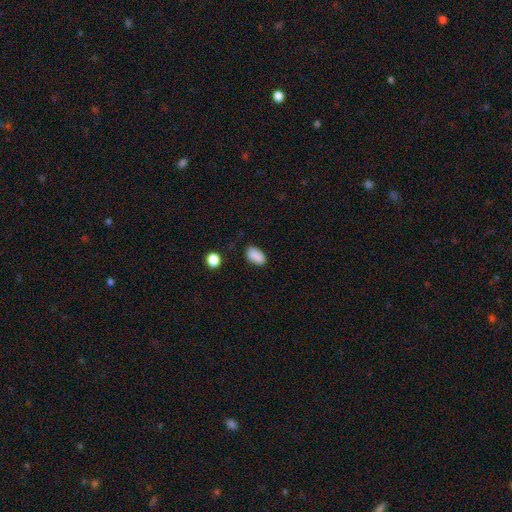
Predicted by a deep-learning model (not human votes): Smooth or featured: smooth — 88% (star or artifact — 8%)
How rounded: in between — 92% (round — 6%)
Merging: none — 79% (minor disturbance — 15%)